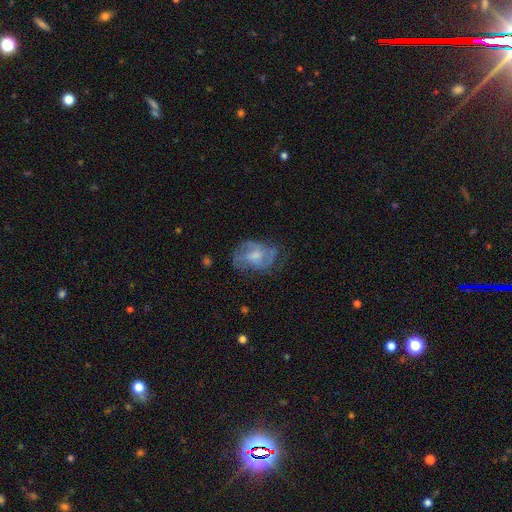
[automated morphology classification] Overall: featured or disk (59%; smooth 33%). Edge-on disk: no (97%). Bar: no (55%; weak 38%). Spiral arms: yes (63%; no 37%). Bulge size: moderate (43%; small 34%). Merging: none (47%; minor disturbance 28%).